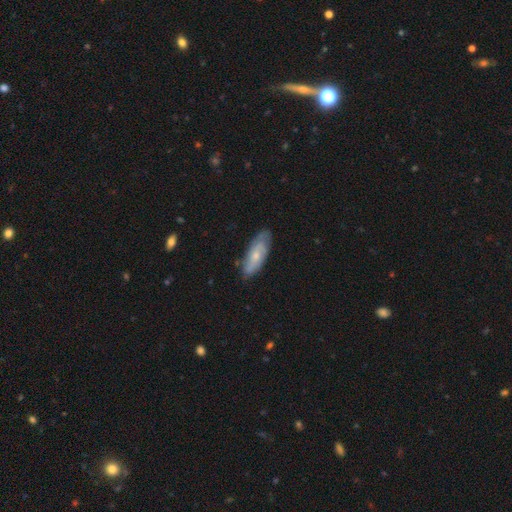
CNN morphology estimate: smooth-or-featured: featured or disk: 53% | smooth: 41% | star or artifact: 6%
  disk-edge-on: no: 82% | yes: 18%
  merging: none: 73% | minor disturbance: 21% | major disturbance: 4% | merger: 2%